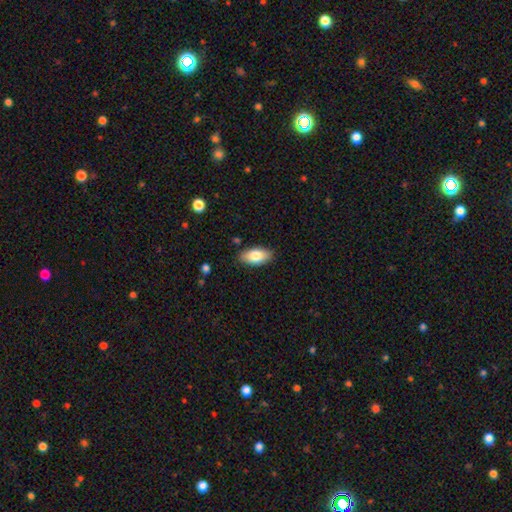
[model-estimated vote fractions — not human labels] Smooth or featured? smooth (80%)
How rounded? in between (91%)
Merging? none (86%)